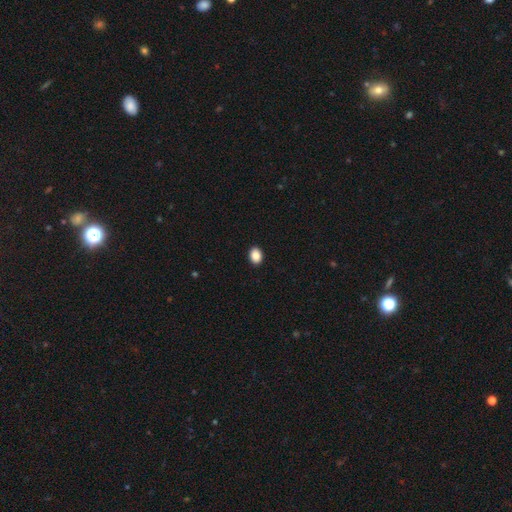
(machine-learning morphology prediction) Q: Smooth or featured?
A: smooth (88%); runner-up: star or artifact (8%)
Q: How rounded?
A: in between (66%); runner-up: round (33%)
Q: Merging?
A: none (92%); runner-up: minor disturbance (6%)